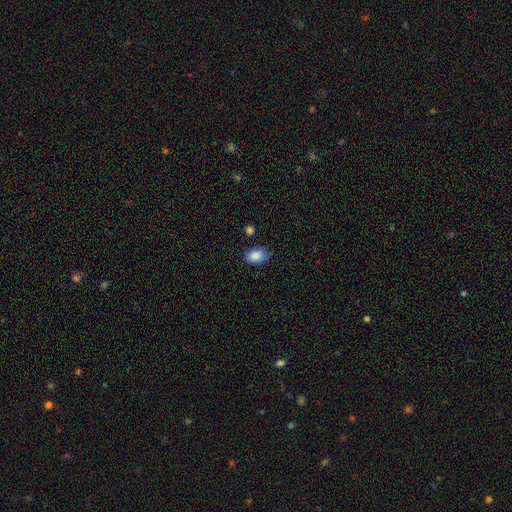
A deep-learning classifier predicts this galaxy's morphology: A smooth galaxy with no disk features (87%) that is in between round and cigar-shaped (86%). Merging: none (77%).